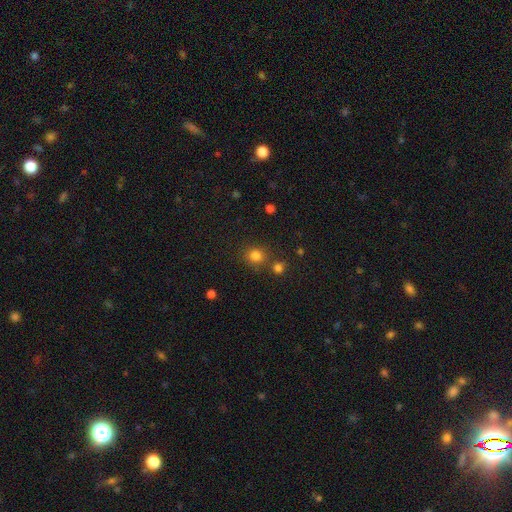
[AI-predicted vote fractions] Morphology: type=smooth (80%); roundness=round (83%); merging=none (76%).